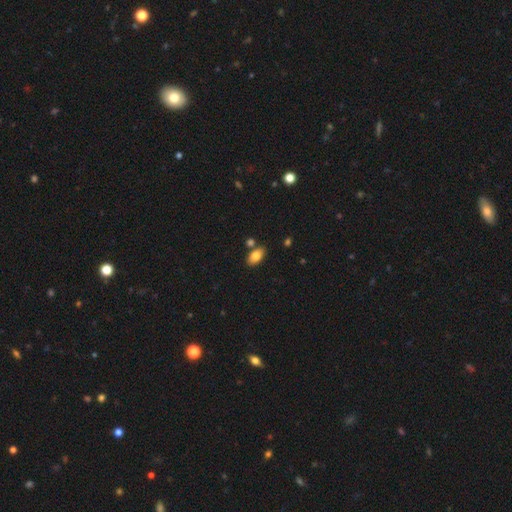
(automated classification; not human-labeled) smooth-or-featured: smooth: 82% | featured or disk: 11% | star or artifact: 8%
  how-rounded: in between: 92% | round: 4% | cigar-shaped: 3%
  merging: none: 77% | minor disturbance: 11% | merger: 10% | major disturbance: 2%